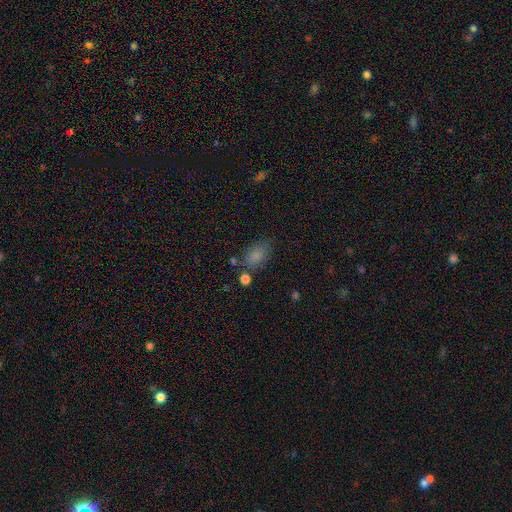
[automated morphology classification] A smooth galaxy with no disk features (83%) that is in between round and cigar-shaped (88%).

Vote fractions:
- Smooth or featured? smooth: 83% / star or artifact: 11% / featured or disk: 6%
- How rounded? in between: 88% / round: 9% / cigar-shaped: 3%
- Merging? none: 67% / minor disturbance: 20% / merger: 7% / major disturbance: 6%